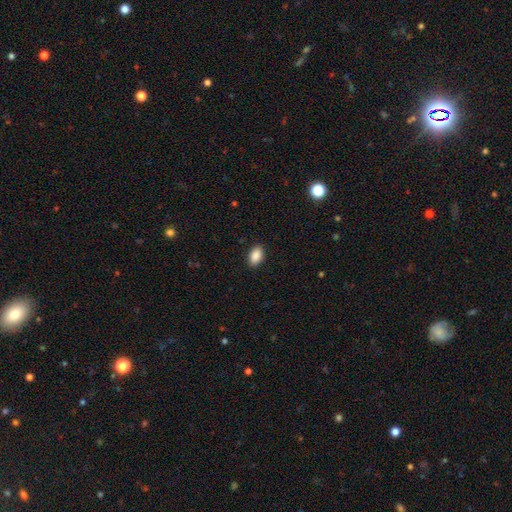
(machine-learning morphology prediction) A smooth galaxy with no disk features (90%) that is in between round and cigar-shaped (91%). Merging: none (89%).